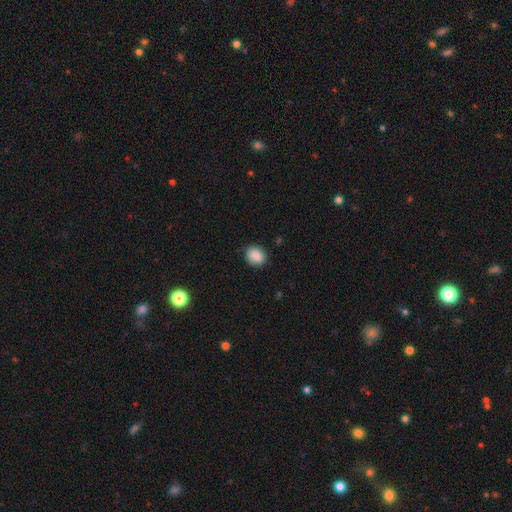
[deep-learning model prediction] smooth-or-featured: smooth: 86% | star or artifact: 8% | featured or disk: 6%
  how-rounded: round: 64% | in between: 35% | cigar-shaped: 1%
  merging: none: 80% | minor disturbance: 15% | major disturbance: 3% | merger: 1%